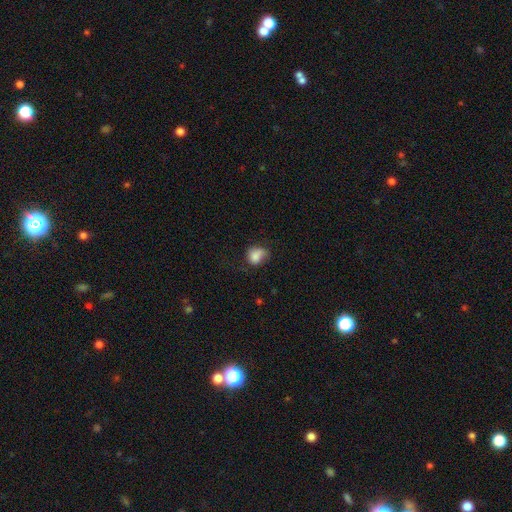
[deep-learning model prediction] Morphology: type=smooth (80%); roundness=round (56%); merging=none (44%).